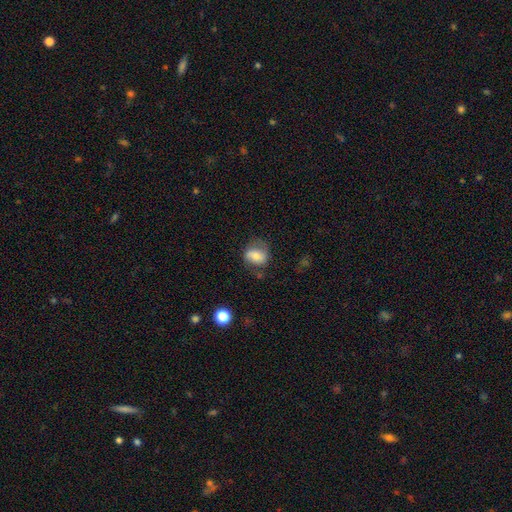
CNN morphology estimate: type=smooth (60%); roundness=in between (56%); merging=none (59%).